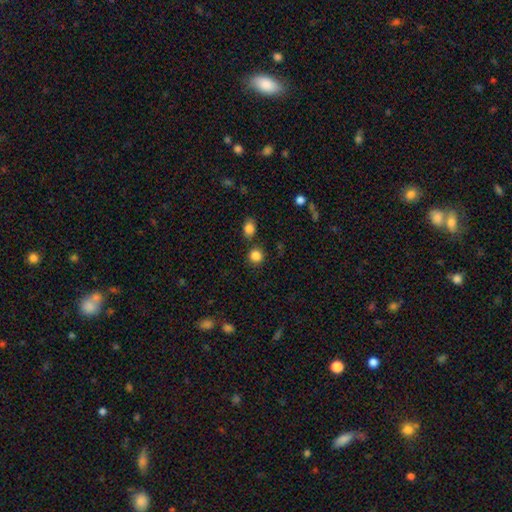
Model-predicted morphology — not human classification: Smooth or featured?
  - smooth: 85% *
  - star or artifact: 11%
  - featured or disk: 4%
How rounded?
  - round: 85% *
  - in between: 14%
  - cigar-shaped: 1%
Merging?
  - none: 79% *
  - minor disturbance: 9%
  - merger: 9%
  - major disturbance: 3%